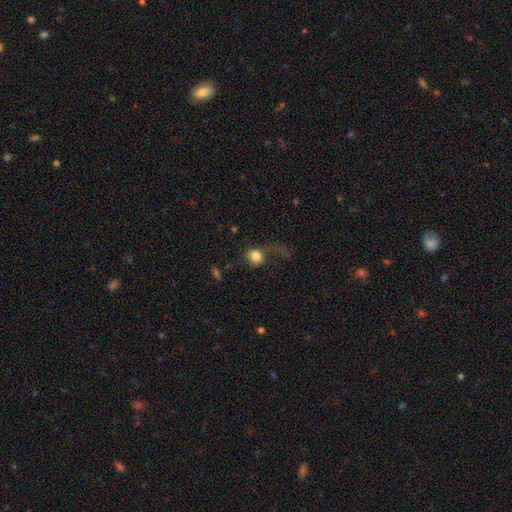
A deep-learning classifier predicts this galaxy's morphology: The model was most divided on "merging": major disturbance: 46%, none: 32%, minor disturbance: 16%, merger: 5%. More confident: how rounded — round (81%); smooth or featured — smooth (77%).